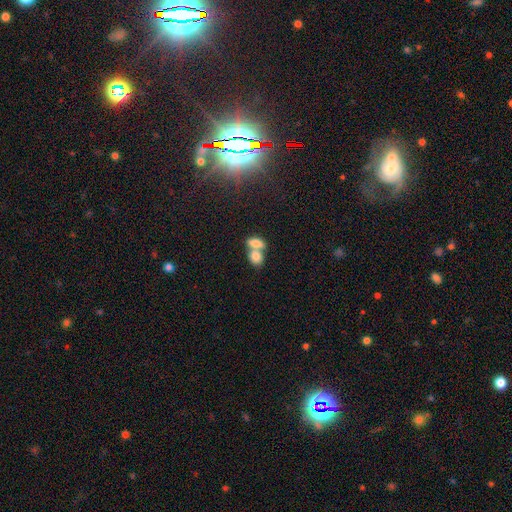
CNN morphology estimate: type=smooth (80%); roundness=in between (72%); merging=merger (65%).